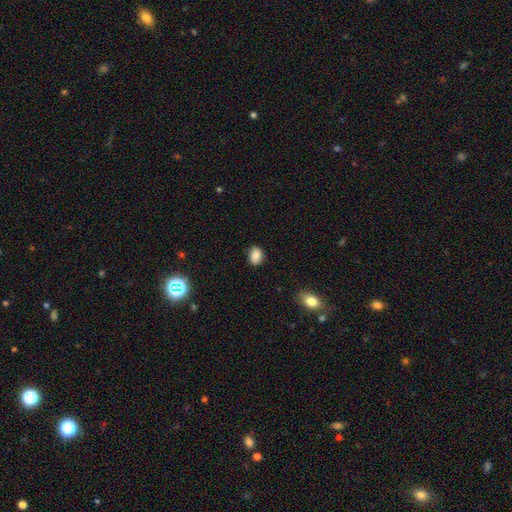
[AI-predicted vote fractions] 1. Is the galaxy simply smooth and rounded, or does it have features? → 85% smooth, 9% star or artifact, 6% featured or disk.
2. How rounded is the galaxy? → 65% in between, 34% round, 1% cigar-shaped.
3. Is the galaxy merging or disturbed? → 84% none, 12% minor disturbance, 3% major disturbance, 1% merger.